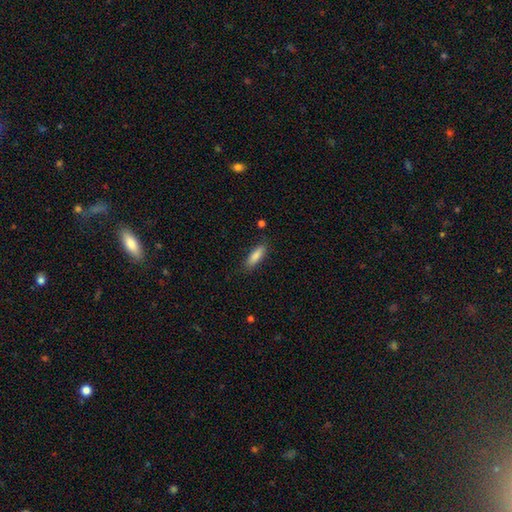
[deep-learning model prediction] This appears to be a smooth galaxy with no disk features (86%) that is cigar-shaped (51%). Merging: none (84%).